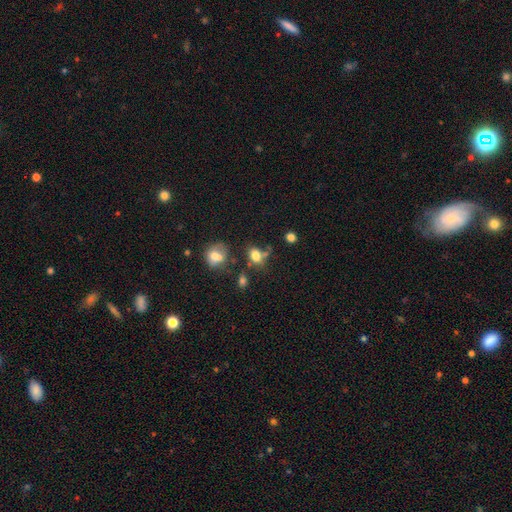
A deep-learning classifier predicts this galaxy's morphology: Smooth or featured? smooth (78%)
How rounded? in between (71%)
Merging? none (51%)